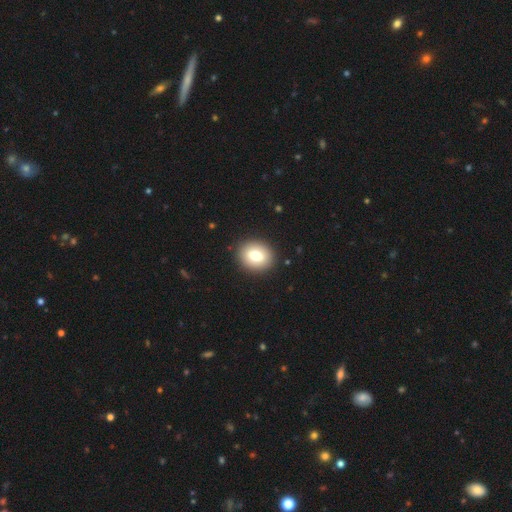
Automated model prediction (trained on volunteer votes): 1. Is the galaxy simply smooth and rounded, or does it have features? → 77% smooth, 15% featured or disk, 8% star or artifact.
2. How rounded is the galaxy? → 50% round, 49% in between, 1% cigar-shaped.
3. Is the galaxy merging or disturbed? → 90% none, 7% minor disturbance, 2% major disturbance, 1% merger.